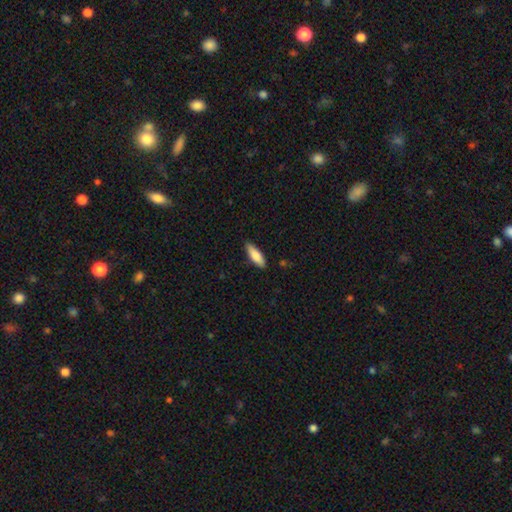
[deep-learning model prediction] Smooth or featured? Predicted: smooth (p=0.81). How rounded? Predicted: in between (p=0.56). Merging? Predicted: none (p=0.87).